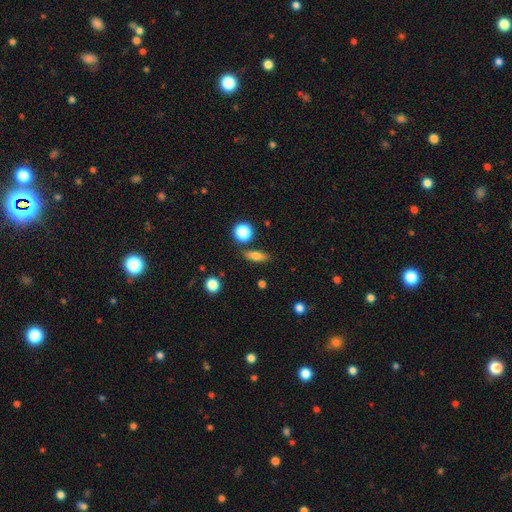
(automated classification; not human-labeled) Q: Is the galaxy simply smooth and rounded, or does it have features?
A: smooth — 75%.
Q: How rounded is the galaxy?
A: in between — 57%.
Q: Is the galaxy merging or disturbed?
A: none — 82%.